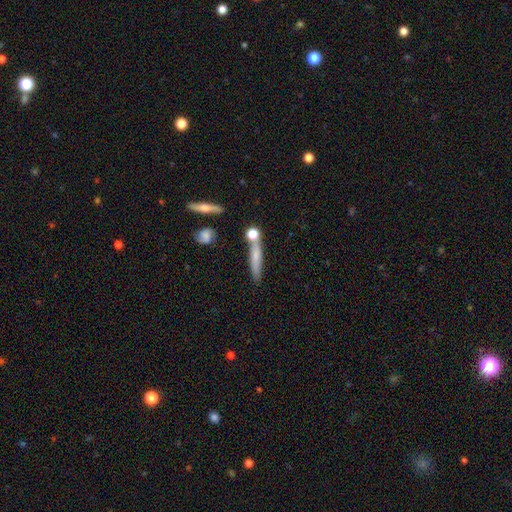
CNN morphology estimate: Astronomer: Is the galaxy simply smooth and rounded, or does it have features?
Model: smooth — 62%.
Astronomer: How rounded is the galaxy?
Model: cigar-shaped — 86%.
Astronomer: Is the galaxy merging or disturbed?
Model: none — 67%.